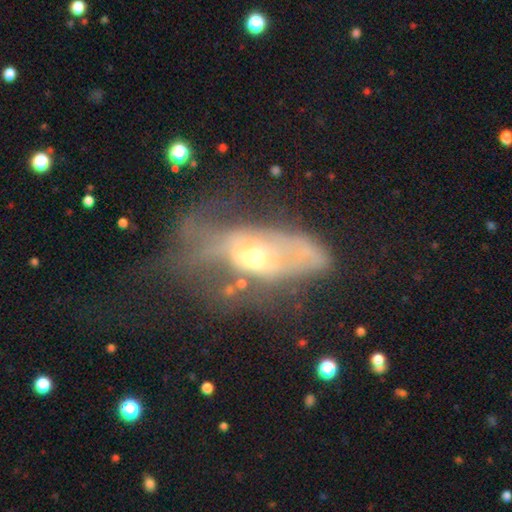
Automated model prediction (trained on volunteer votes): Overall: featured or disk (56%; smooth 33%). Edge-on disk: no (86%). Merging: major disturbance (55%; minor disturbance 18%).